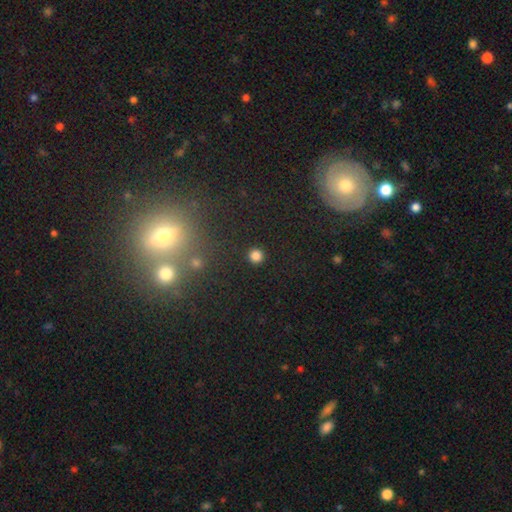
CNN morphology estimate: Q: Smooth or featured?
A: smooth (83%); runner-up: star or artifact (13%)
Q: How rounded?
A: round (94%); runner-up: in between (5%)
Q: Merging?
A: none (92%); runner-up: minor disturbance (4%)